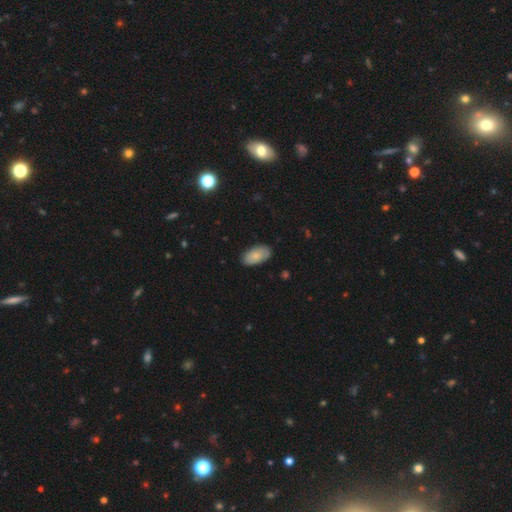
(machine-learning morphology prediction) Smooth or featured: smooth — 82% (featured or disk — 12%)
How rounded: in between — 95% (round — 3%)
Merging: none — 84% (minor disturbance — 13%)